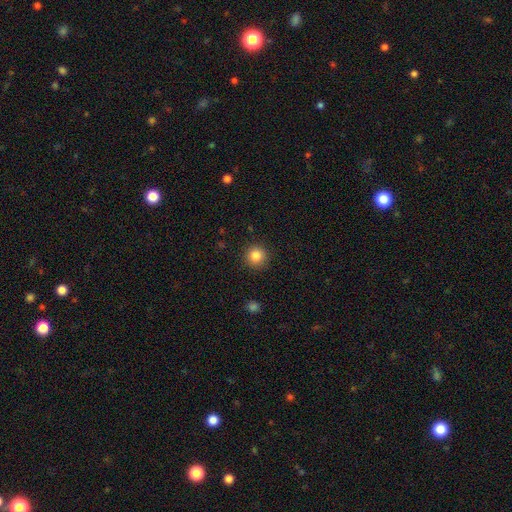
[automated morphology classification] Smooth or featured? Predicted: smooth (p=0.85). How rounded? Predicted: round (p=0.95). Merging? Predicted: none (p=0.91).